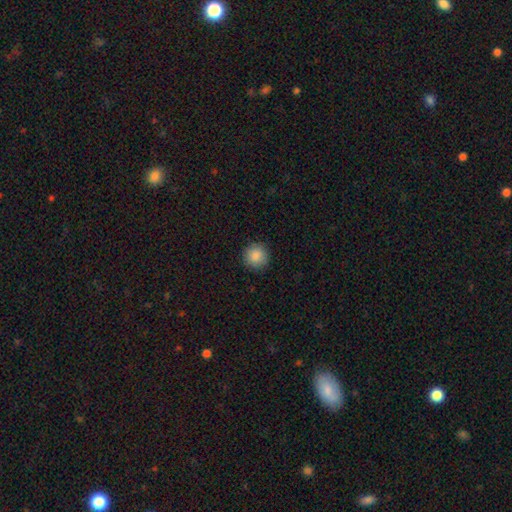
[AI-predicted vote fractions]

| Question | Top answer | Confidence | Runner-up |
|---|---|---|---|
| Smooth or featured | smooth | 88% | star or artifact (8%) |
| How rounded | round | 95% | in between (4%) |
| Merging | none | 90% | minor disturbance (7%) |